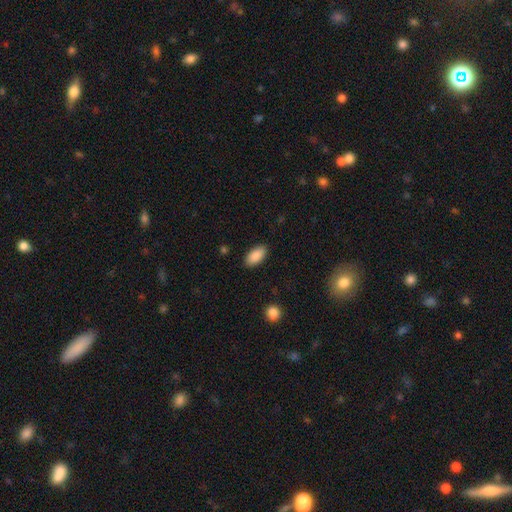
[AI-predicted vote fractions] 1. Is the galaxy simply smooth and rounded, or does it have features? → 89% smooth, 7% star or artifact, 4% featured or disk.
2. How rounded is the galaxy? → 93% in between, 5% cigar-shaped, 2% round.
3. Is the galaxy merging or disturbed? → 89% none, 8% minor disturbance, 2% major disturbance, 1% merger.